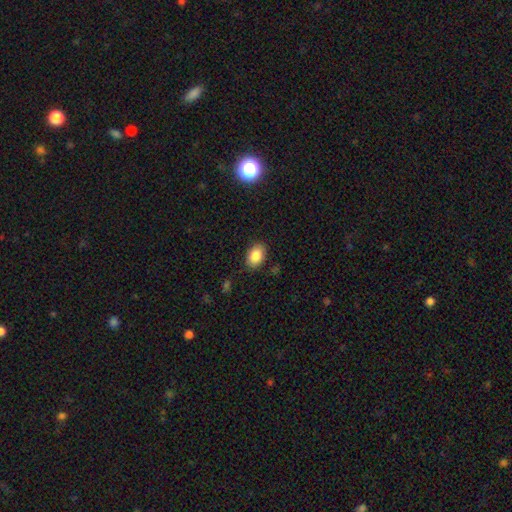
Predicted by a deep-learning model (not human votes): The model was most divided on "how rounded": in between: 85%, round: 13%, cigar-shaped: 1%. More confident: smooth or featured — smooth (85%); merging — none (85%).